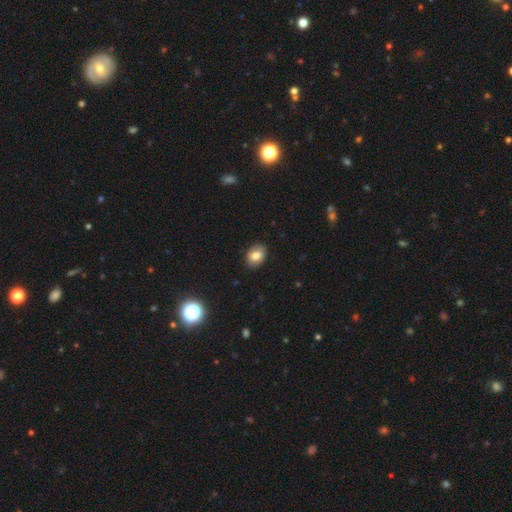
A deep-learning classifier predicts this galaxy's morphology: type=smooth (79%); roundness=in between (72%); merging=none (87%).